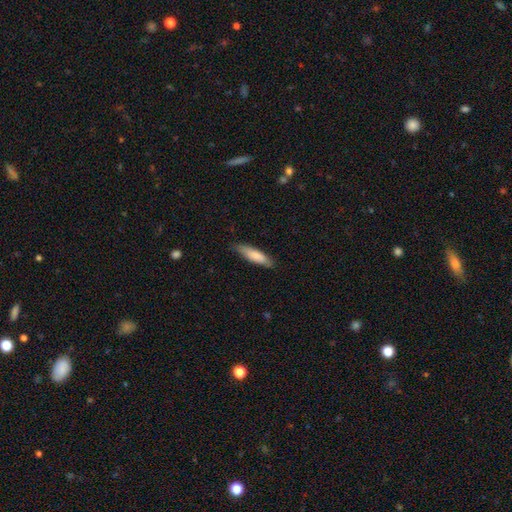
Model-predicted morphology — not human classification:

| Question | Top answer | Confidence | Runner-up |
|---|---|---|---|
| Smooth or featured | smooth | 80% | featured or disk (15%) |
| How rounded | cigar-shaped | 71% | in between (28%) |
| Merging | none | 79% | minor disturbance (17%) |